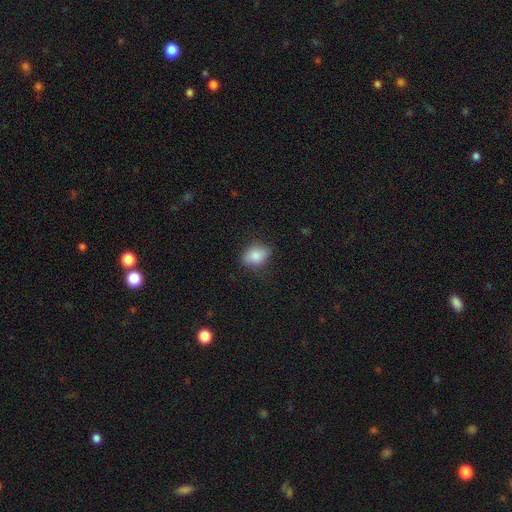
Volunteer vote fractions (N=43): smooth-or-featured: smooth: 86% | featured or disk: 7% | star or artifact: 7%
  how-rounded: in between: 65% | round: 35% | cigar-shaped: 0%
  merging: none: 85% | minor disturbance: 10% | major disturbance: 2% | merger: 2%